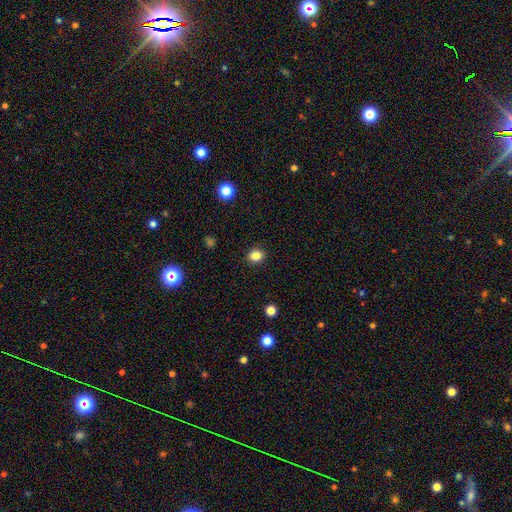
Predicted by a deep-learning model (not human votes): This appears to be a smooth galaxy with no disk features (84%) that is round (62%). Merging: none (91%).